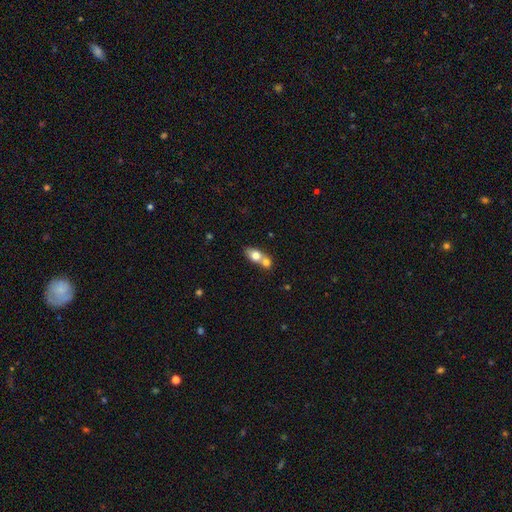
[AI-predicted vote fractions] Smooth or featured? Predicted: smooth (p=0.72). How rounded? Predicted: in between (p=0.70). Merging? Predicted: merger (p=0.62).